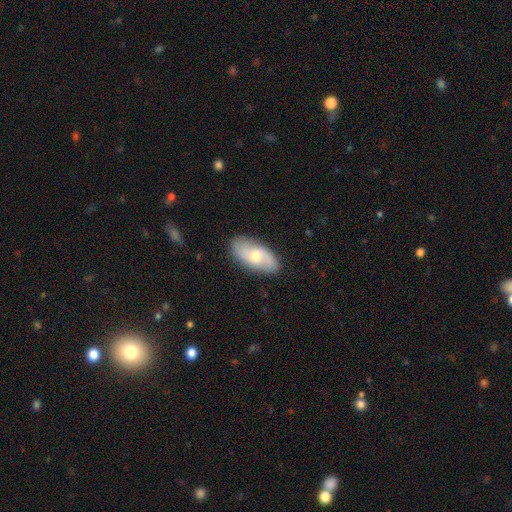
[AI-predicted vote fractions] smooth 49%, featured or disk 45%, star or artifact 6%. Down the decision tree: merging — none (84%).